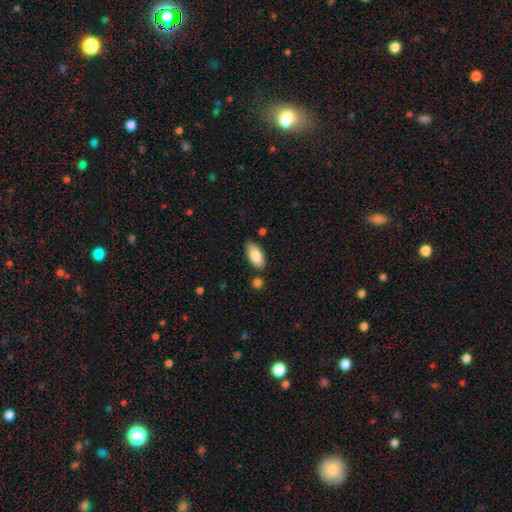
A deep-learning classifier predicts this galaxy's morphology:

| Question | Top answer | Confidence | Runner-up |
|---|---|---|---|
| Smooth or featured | smooth | 84% | featured or disk (10%) |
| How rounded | in between | 90% | cigar-shaped (8%) |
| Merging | none | 80% | minor disturbance (13%) |